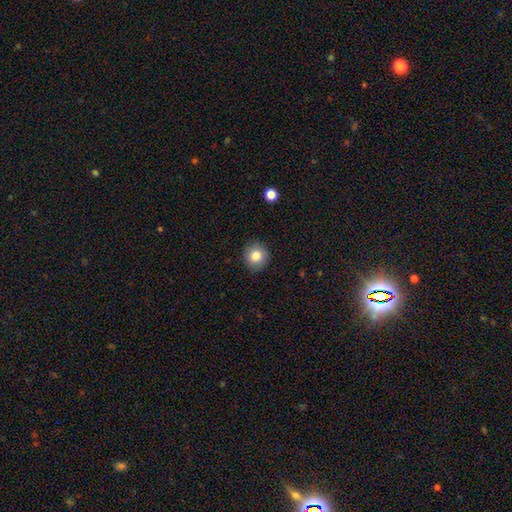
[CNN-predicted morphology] Smooth or featured: smooth — 82% (star or artifact — 10%)
How rounded: round — 92% (in between — 7%)
Merging: none — 91% (minor disturbance — 6%)